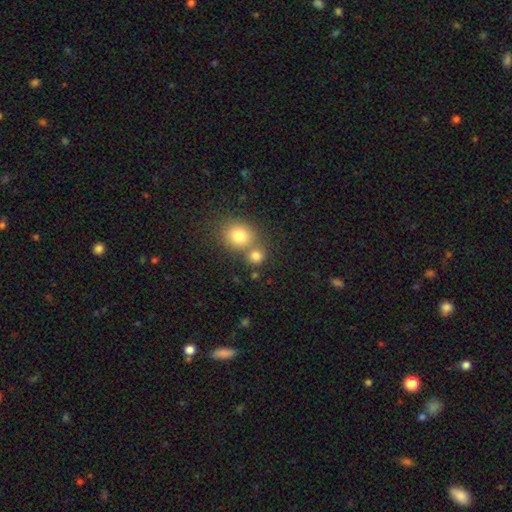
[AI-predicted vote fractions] smooth-or-featured: smooth: 80% | star or artifact: 12% | featured or disk: 8%
  how-rounded: round: 83% | in between: 16% | cigar-shaped: 1%
  merging: none: 54% | merger: 36% | minor disturbance: 7% | major disturbance: 3%